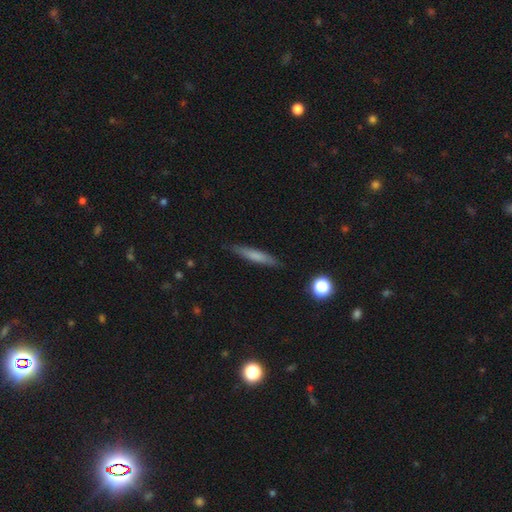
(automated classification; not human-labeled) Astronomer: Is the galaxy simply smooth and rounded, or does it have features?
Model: smooth — 67%.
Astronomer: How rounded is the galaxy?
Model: cigar-shaped — 91%.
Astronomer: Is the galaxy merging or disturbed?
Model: none — 87%.